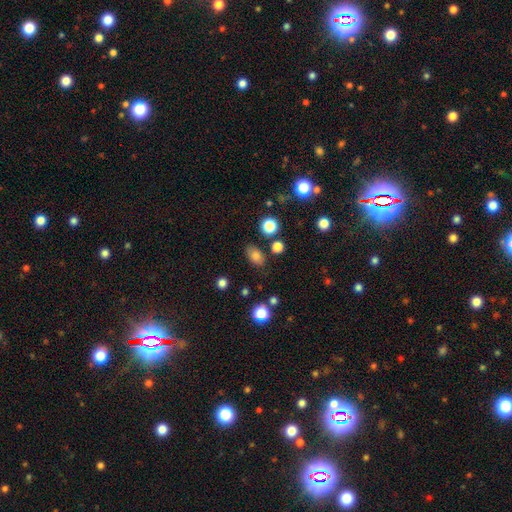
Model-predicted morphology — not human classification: Smooth or featured? Predicted: smooth (p=0.78). How rounded? Predicted: in between (p=0.83). Merging? Predicted: none (p=0.78).